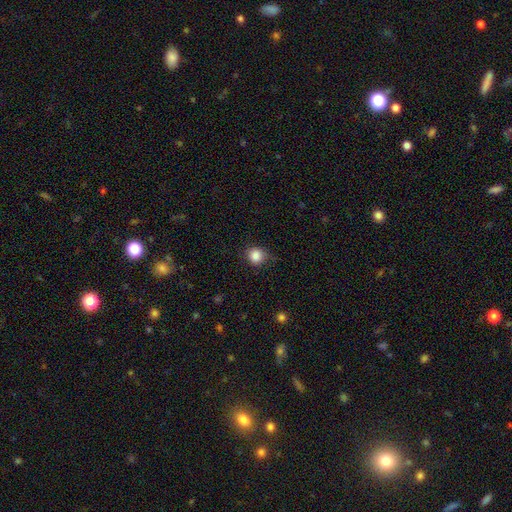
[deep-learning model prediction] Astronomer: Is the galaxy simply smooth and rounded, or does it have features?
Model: smooth — 86%.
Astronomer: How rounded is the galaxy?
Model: round — 84%.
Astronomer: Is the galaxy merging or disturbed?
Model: none — 78%.